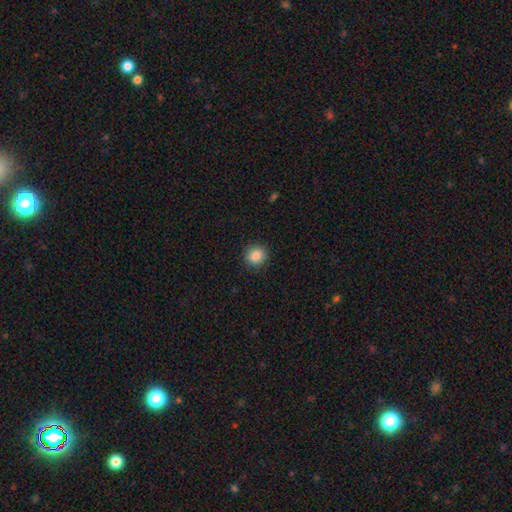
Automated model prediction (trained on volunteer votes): smooth 87%, star or artifact 9%, featured or disk 4%. Down the decision tree: how rounded — round (87%); merging — none (90%).